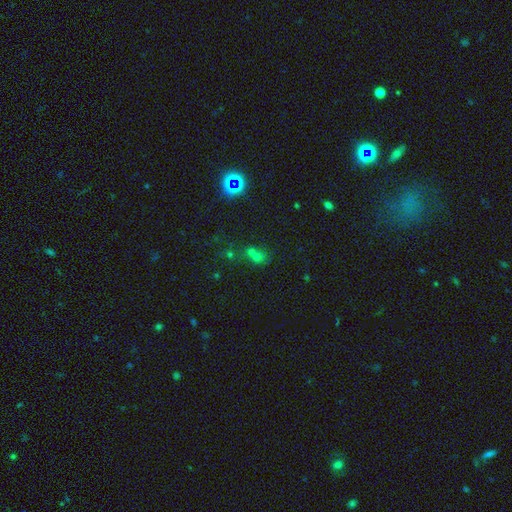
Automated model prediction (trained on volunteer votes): Morphology: type=star or artifact (43%, tied with smooth).